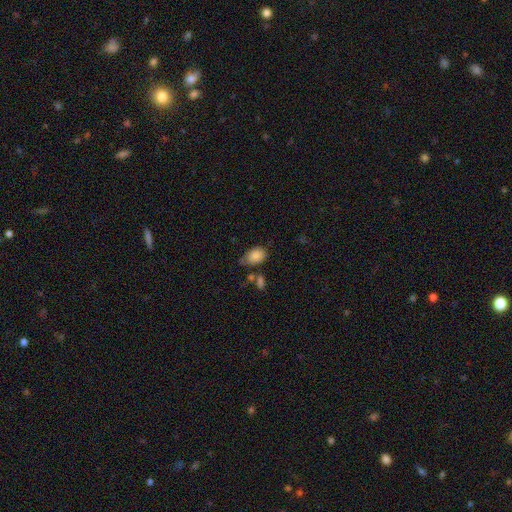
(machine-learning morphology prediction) The model was most divided on "merging": none: 54%, minor disturbance: 29%, merger: 9%, major disturbance: 8%. More confident: smooth or featured — smooth (84%); how rounded — in between (79%).